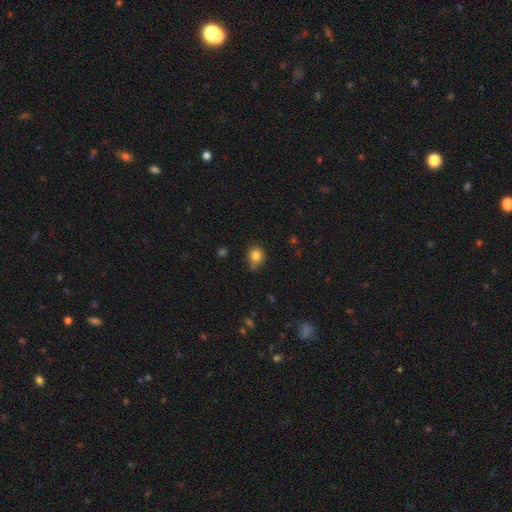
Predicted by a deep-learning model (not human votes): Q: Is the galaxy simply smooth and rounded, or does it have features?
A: smooth — 83%.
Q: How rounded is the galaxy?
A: round — 75%.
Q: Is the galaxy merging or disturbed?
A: none — 72%.